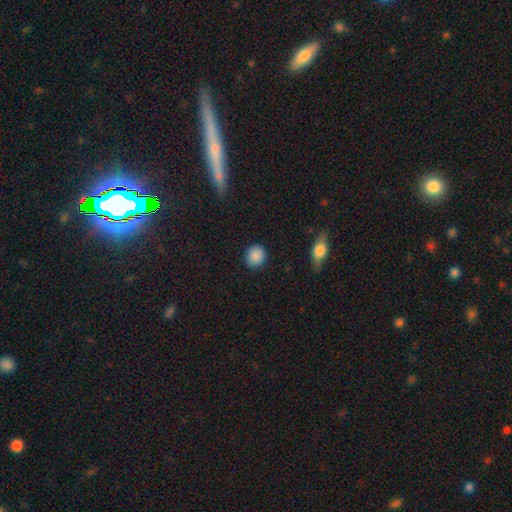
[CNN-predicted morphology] A smooth galaxy with no disk features (88%) that is round (77%).

Vote fractions:
- Smooth or featured? smooth: 88% / star or artifact: 8% / featured or disk: 3%
- How rounded? round: 77% / in between: 22% / cigar-shaped: 1%
- Merging? none: 89% / minor disturbance: 8% / major disturbance: 3% / merger: 1%